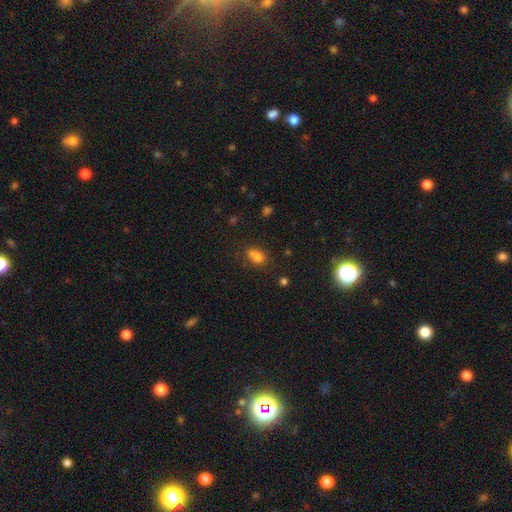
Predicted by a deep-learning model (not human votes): This appears to be a smooth galaxy with no disk features (78%) that is in between round and cigar-shaped (75%). Merging: none (51%).